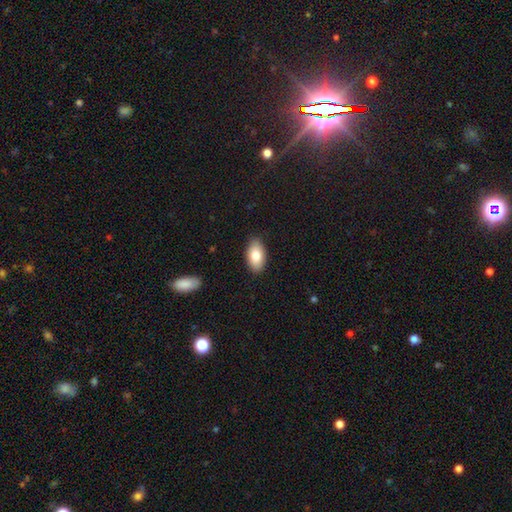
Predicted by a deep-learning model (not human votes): A smooth galaxy with no disk features (82%) that is in between round and cigar-shaped (94%). Merging: none (88%).